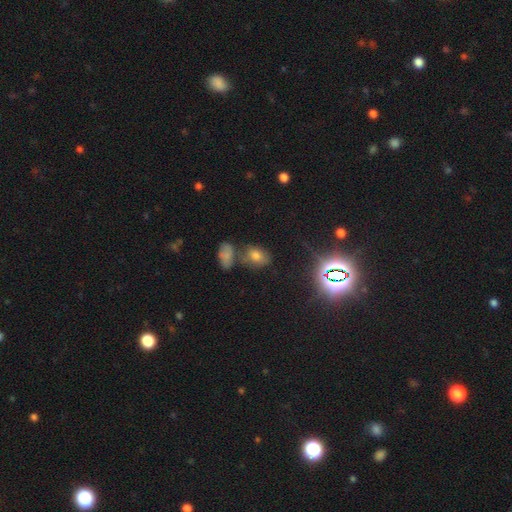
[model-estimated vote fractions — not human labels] This appears to be a smooth galaxy with no disk features (54%) that is in between round and cigar-shaped (71%). Merging: none (60%).